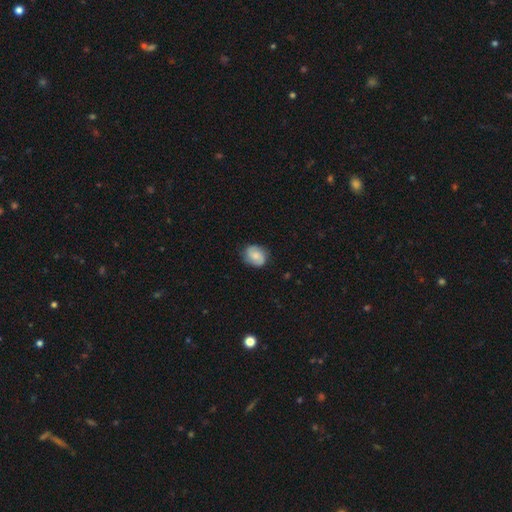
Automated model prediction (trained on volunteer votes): This is possibly a smooth galaxy (50%). Merging: clearly none (80%).